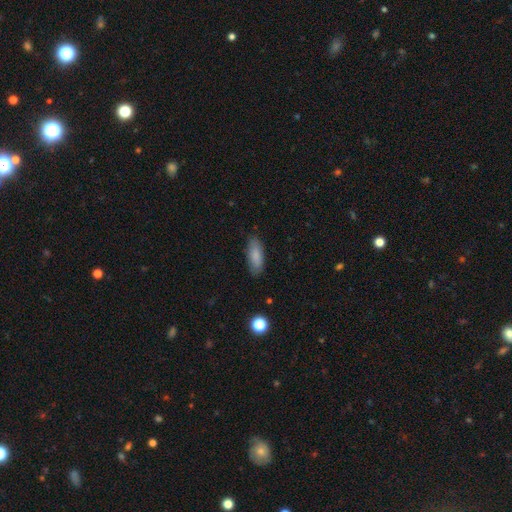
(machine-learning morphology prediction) Q: Smooth or featured?
A: smooth (85%); runner-up: featured or disk (8%)
Q: How rounded?
A: in between (70%); runner-up: cigar-shaped (28%)
Q: Merging?
A: none (84%); runner-up: minor disturbance (12%)